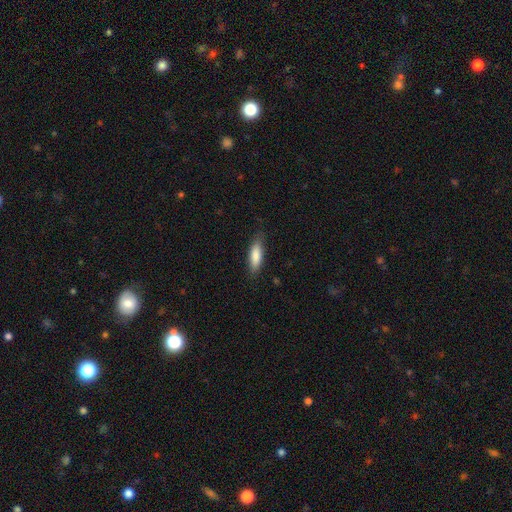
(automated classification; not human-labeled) Q: Smooth or featured?
A: smooth (84%); runner-up: featured or disk (10%)
Q: How rounded?
A: in between (56%); runner-up: cigar-shaped (43%)
Q: Merging?
A: none (79%); runner-up: minor disturbance (16%)